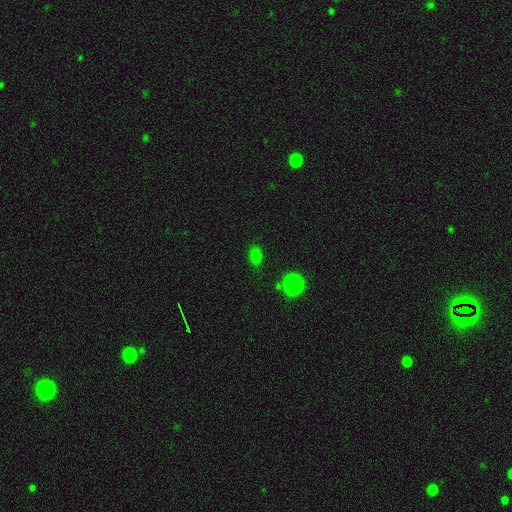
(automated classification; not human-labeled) A smooth galaxy with no disk features (77%) that is in between round and cigar-shaped (65%). Merging: none (82%).